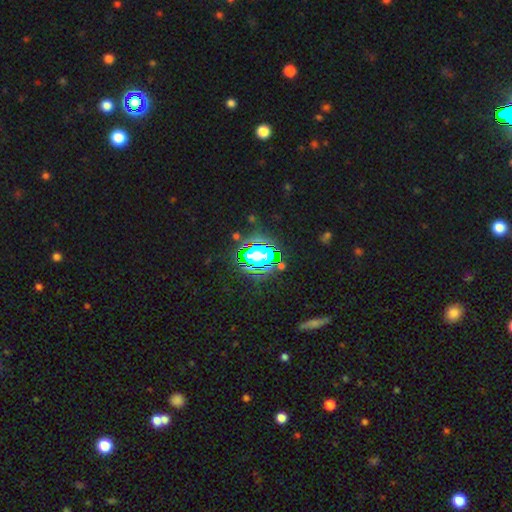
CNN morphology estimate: Overall: star or artifact (64%).